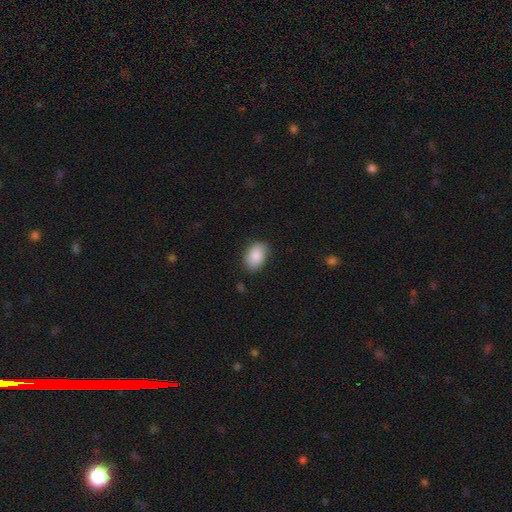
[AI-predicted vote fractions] This is clearly a smooth galaxy (86%). How rounded: clearly in between (84%). Merging: clearly none (81%).